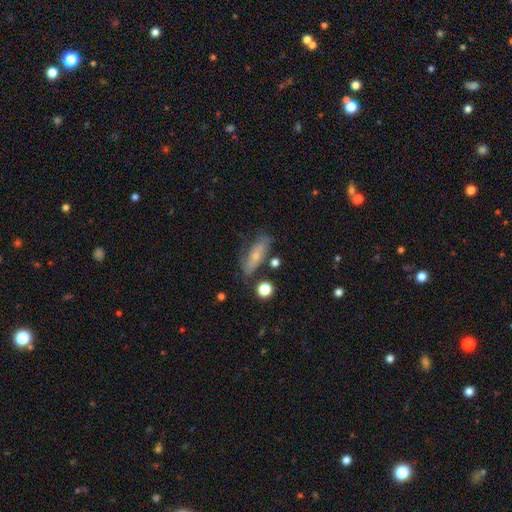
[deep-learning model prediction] smooth-or-featured: smooth: 57% | featured or disk: 34% | star or artifact: 9%
  how-rounded: in between: 57% | cigar-shaped: 39% | round: 4%
  merging: none: 64% | minor disturbance: 23% | major disturbance: 8% | merger: 5%